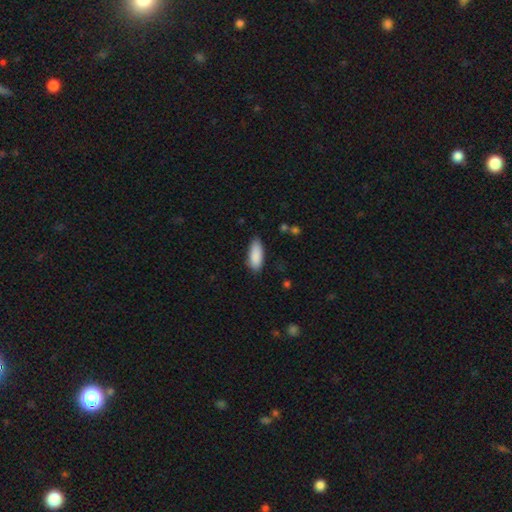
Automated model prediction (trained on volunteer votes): The model was most divided on "how rounded": in between: 76%, cigar-shaped: 22%, round: 2%. More confident: smooth or featured — smooth (89%); merging — none (80%).